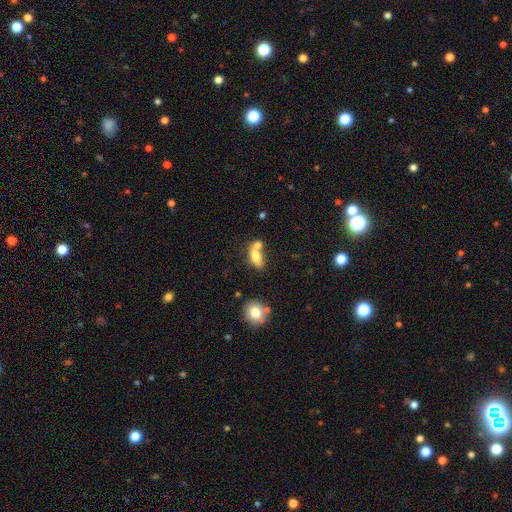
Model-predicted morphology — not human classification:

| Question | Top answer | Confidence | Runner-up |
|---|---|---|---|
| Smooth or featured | smooth | 72% | featured or disk (19%) |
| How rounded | in between | 81% | round (11%) |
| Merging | merger | 52% | none (30%) |